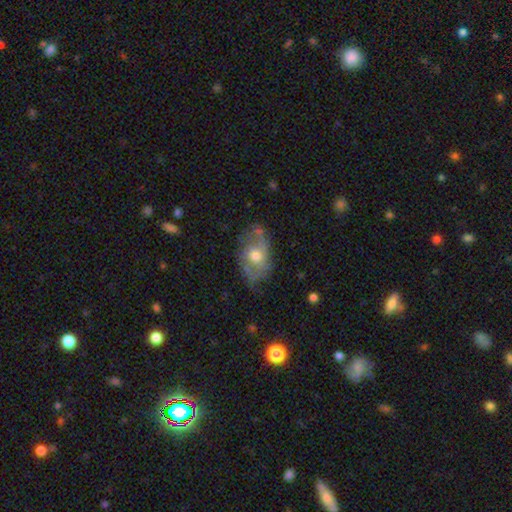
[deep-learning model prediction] This is likely a featured or disk galaxy (62%). It is clearly not viewed edge-on (94%). Bar: likely no (71%). Spiral arm pattern: likely yes (69%). Central bulge: likely moderate (63%). Merging: possibly none (56%).